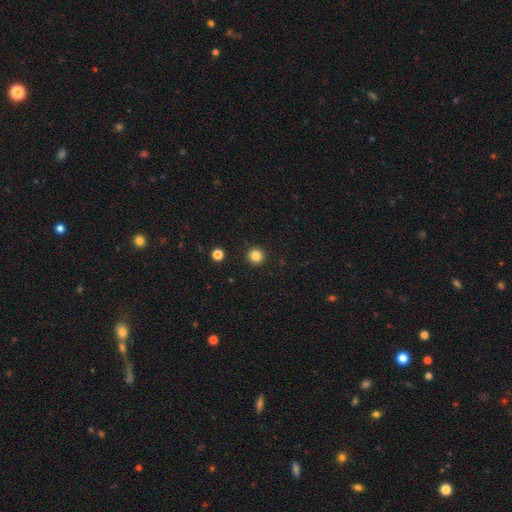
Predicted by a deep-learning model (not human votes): smooth_or_featured: smooth (p=0.83) [alt: star or artifact p=0.12]
how_rounded: round (p=0.96) [alt: in between p=0.03]
merging: none (p=0.93) [alt: minor disturbance p=0.04]